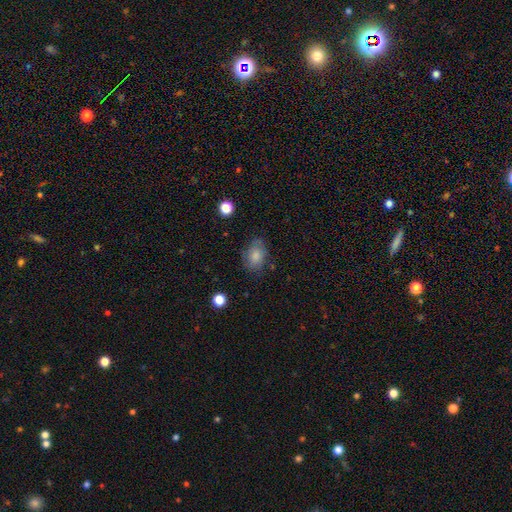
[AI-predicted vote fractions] Morphology: type=smooth (77%); roundness=in between (77%); merging=none (69%).